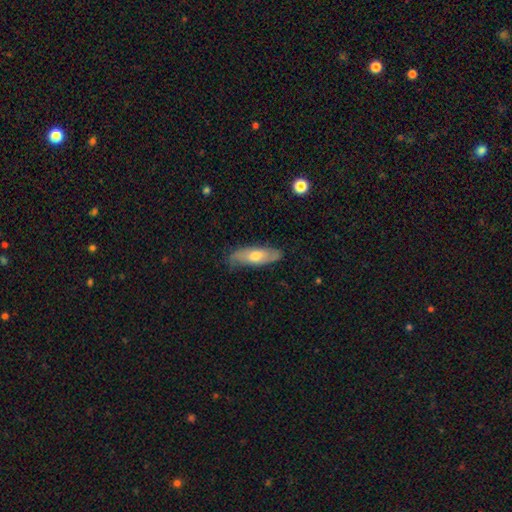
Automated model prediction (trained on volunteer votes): This appears to be a featured or disk galaxy (47%). Merging: none (79%).